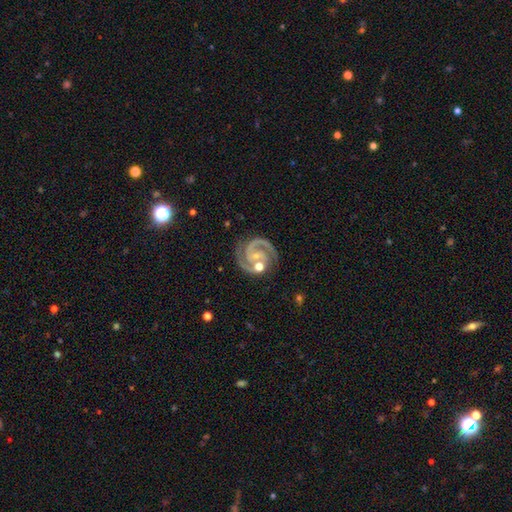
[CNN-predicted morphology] A featured or disk galaxy (92%) with no bar (57%), 2 (87%) tight (55%) spiral arms (99%) and a small central bulge (64%). Merging: none (71%).